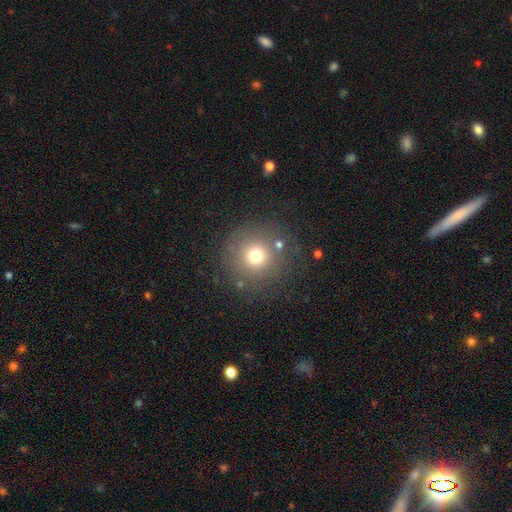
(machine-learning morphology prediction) smooth 71%, star or artifact 16%, featured or disk 13%. Down the decision tree: how rounded — round (95%); merging — none (82%).